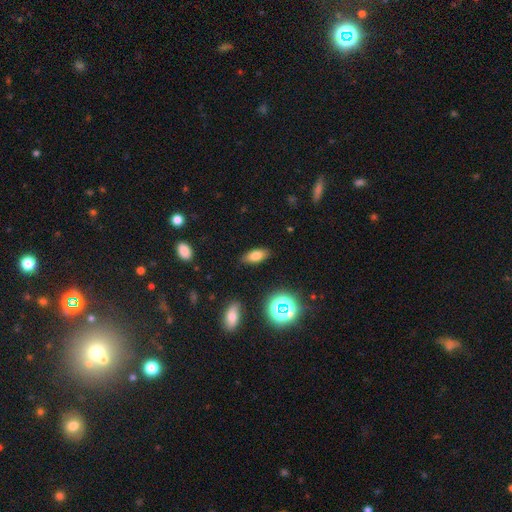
Volunteers were most divided on "smooth or featured": smooth: 70%, featured or disk: 22%, star or artifact: 8%. More confident: how rounded — in between (85%); merging — none (79%).